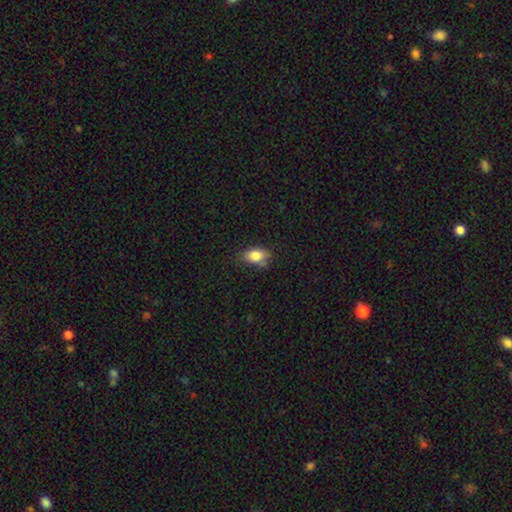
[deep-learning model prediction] smooth_or_featured: smooth (p=0.83) [alt: star or artifact p=0.09]
how_rounded: in between (p=0.84) [alt: round p=0.14]
merging: none (p=0.65) [alt: minor disturbance p=0.26]